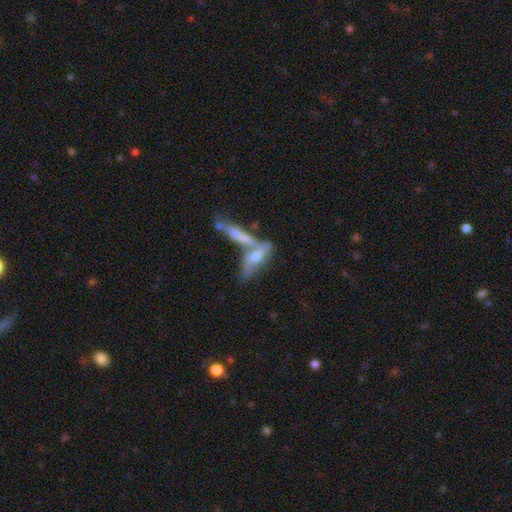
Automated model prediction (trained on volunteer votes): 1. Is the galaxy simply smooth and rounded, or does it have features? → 47% featured or disk, 43% smooth, 10% star or artifact.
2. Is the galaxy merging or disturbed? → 50% merger, 32% none, 11% minor disturbance, 7% major disturbance.